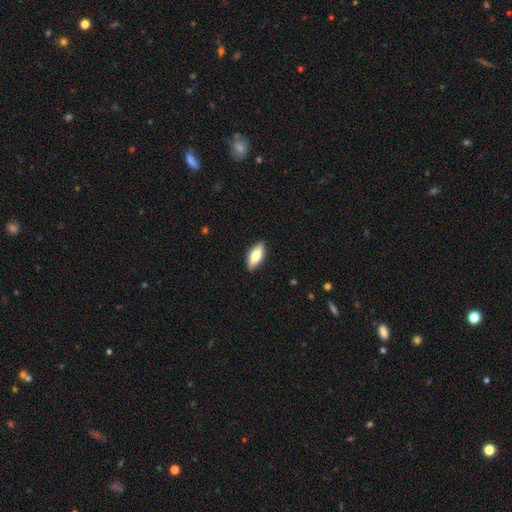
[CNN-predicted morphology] The model was most divided on "smooth or featured": smooth: 74%, featured or disk: 21%, star or artifact: 6%. More confident: merging — none (88%); how rounded — in between (80%).